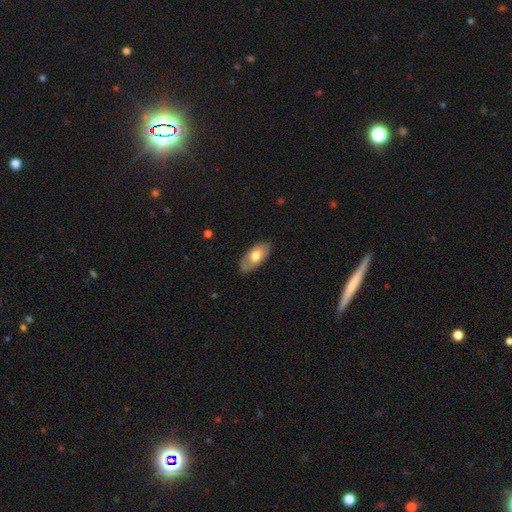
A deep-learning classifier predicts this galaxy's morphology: This is likely a smooth galaxy (68%). How rounded: clearly in between (92%). Merging: clearly none (83%).